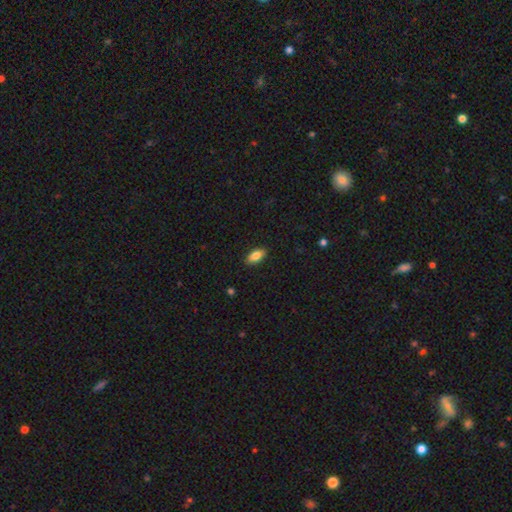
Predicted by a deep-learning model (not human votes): Q: Smooth or featured?
A: smooth (82%); runner-up: featured or disk (11%)
Q: How rounded?
A: in between (87%); runner-up: cigar-shaped (10%)
Q: Merging?
A: none (89%); runner-up: minor disturbance (8%)